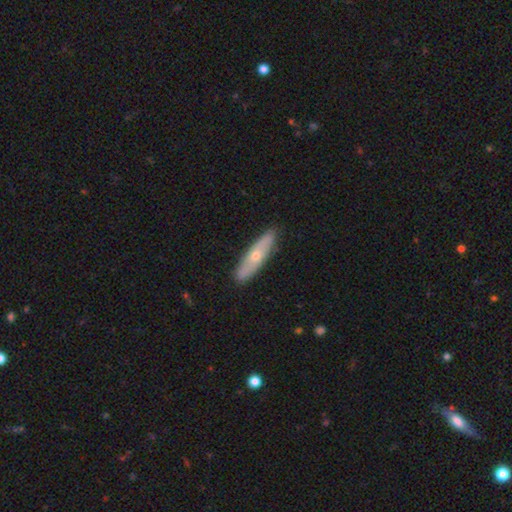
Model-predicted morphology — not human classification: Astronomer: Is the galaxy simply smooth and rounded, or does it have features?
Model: smooth — 50% (runner-up: featured or disk, 45%).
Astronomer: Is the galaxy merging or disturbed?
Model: none — 88%.